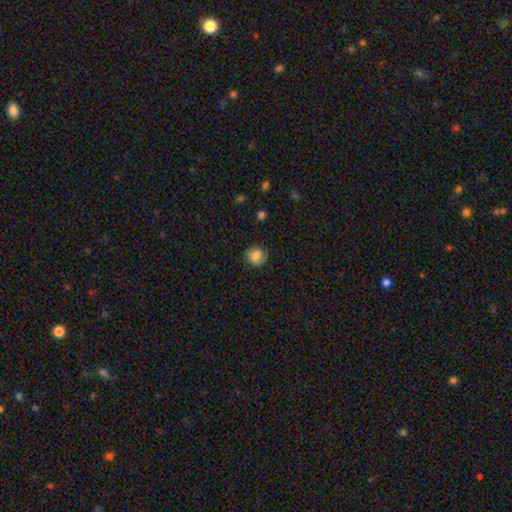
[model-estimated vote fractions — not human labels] A smooth galaxy with no disk features (78%) that is round (85%).

Vote fractions:
- Smooth or featured? smooth: 78% / featured or disk: 13% / star or artifact: 9%
- How rounded? round: 85% / in between: 15% / cigar-shaped: 1%
- Merging? none: 85% / minor disturbance: 11% / major disturbance: 3% / merger: 1%